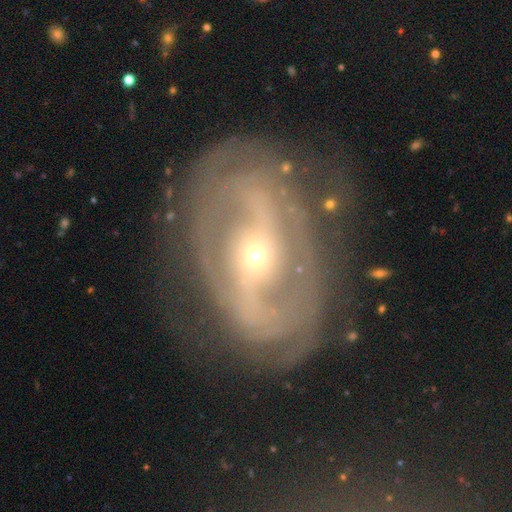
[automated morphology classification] Overall: featured or disk (86%). Edge-on disk: no (95%). Bar: strong (36%; weak 32%). Spiral arms: yes (89%). Spiral arm count: 2 (74%). Spiral winding: medium (43%; tight 37%). Bulge size: small (70%). Merging: none (70%).